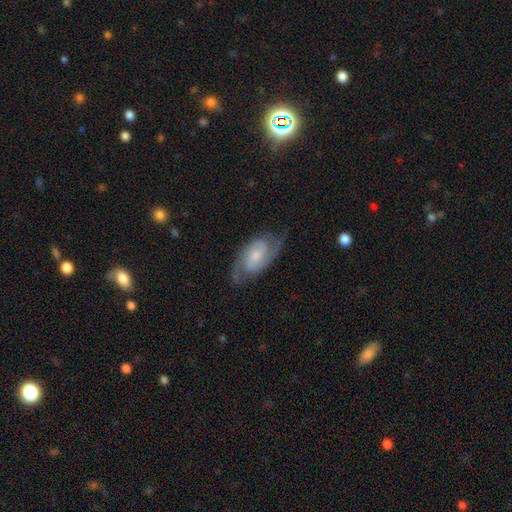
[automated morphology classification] A featured or disk galaxy (82%) with no bar (52%), 2 (88%) medium (49%) spiral arms (96%) and a moderate central bulge (43%). Merging: none (74%).